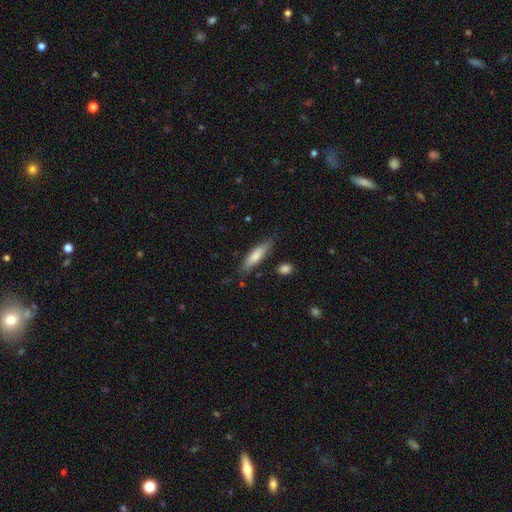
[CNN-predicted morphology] smooth-or-featured: smooth: 76% | featured or disk: 18% | star or artifact: 6%
  how-rounded: cigar-shaped: 63% | in between: 35% | round: 2%
  merging: none: 77% | minor disturbance: 16% | major disturbance: 3% | merger: 3%